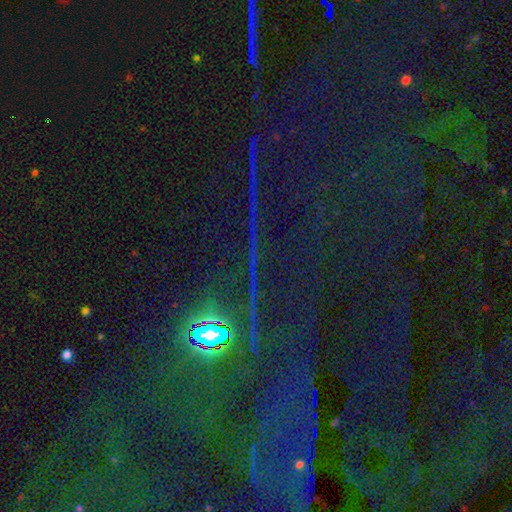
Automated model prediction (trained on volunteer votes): This appears to be a star or artifact, not a galaxy (87%).